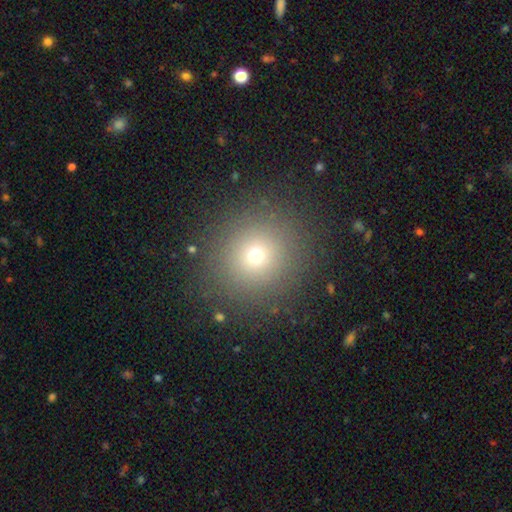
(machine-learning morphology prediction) Overall: smooth (69%). How rounded: round (91%). Merging: none (88%).